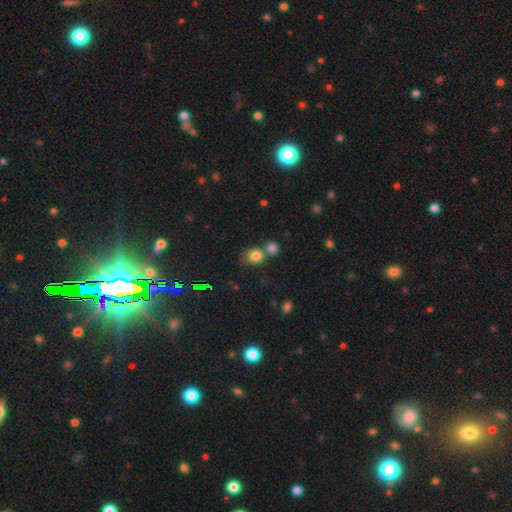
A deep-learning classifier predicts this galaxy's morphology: Q: Smooth or featured?
A: smooth (82%); runner-up: star or artifact (12%)
Q: How rounded?
A: round (77%); runner-up: in between (22%)
Q: Merging?
A: none (50%); runner-up: merger (35%)